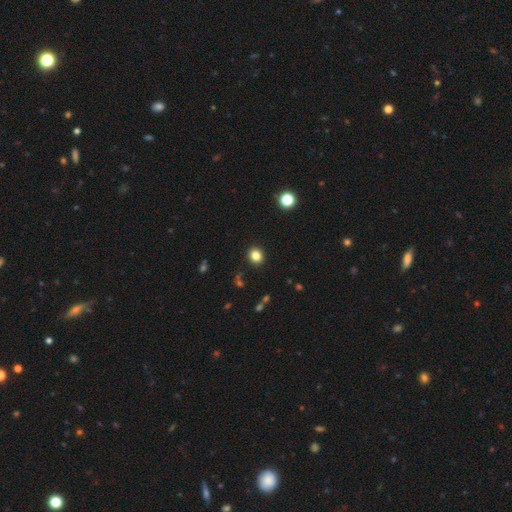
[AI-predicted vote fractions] smooth_or_featured: smooth (p=0.83) [alt: star or artifact p=0.12]
how_rounded: round (p=0.73) [alt: in between p=0.27]
merging: none (p=0.91) [alt: minor disturbance p=0.06]